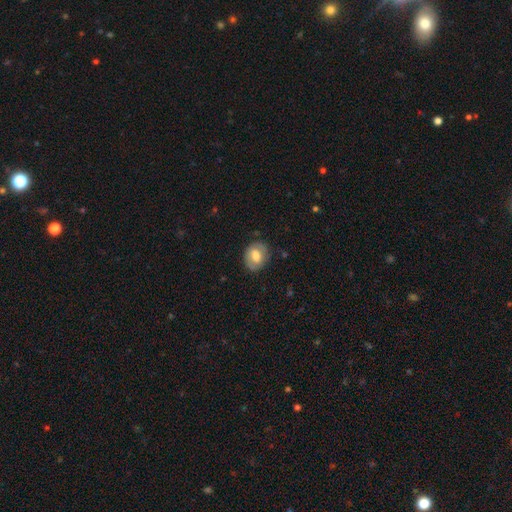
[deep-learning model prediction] The model was most divided on "how rounded": round: 54%, in between: 45%, cigar-shaped: 1%. More confident: merging — none (78%); smooth or featured — smooth (59%).